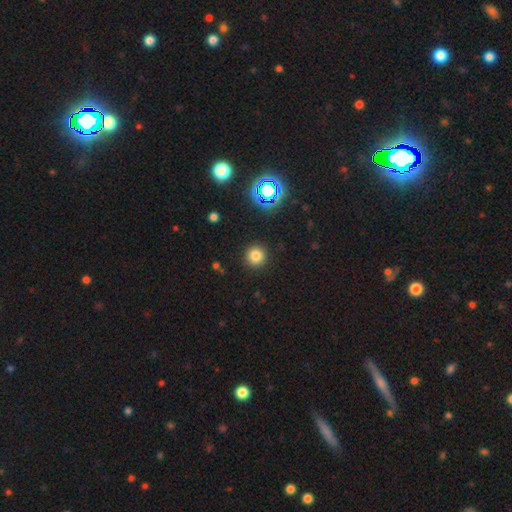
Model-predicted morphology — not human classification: Smooth or featured?
  - smooth: 77% *
  - star or artifact: 17%
  - featured or disk: 6%
How rounded?
  - round: 94% *
  - in between: 5%
  - cigar-shaped: 1%
Merging?
  - none: 90% *
  - minor disturbance: 6%
  - major disturbance: 2%
  - merger: 1%